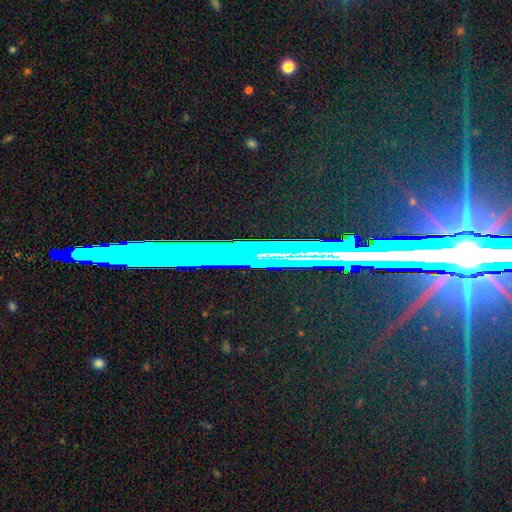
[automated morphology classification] Q: Smooth or featured?
A: star or artifact (74%); runner-up: featured or disk (16%)